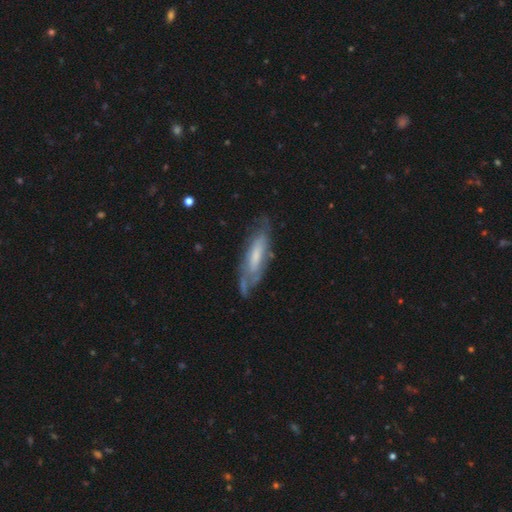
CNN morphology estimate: Smooth or featured?
  - featured or disk: 64% *
  - smooth: 30%
  - star or artifact: 7%
Edge-on disk?
  - no: 69% *
  - yes: 31%
Merging?
  - none: 65% *
  - minor disturbance: 23%
  - major disturbance: 10%
  - merger: 2%